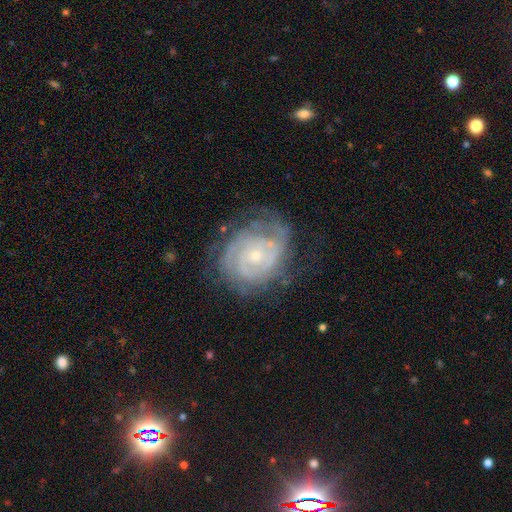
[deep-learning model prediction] A featured or disk galaxy (85%) with no bar (74%), 2 (35%) tight (72%) spiral arms (94%) and a small central bulge (69%).

Vote fractions:
- Smooth or featured? featured or disk: 85% / smooth: 9% / star or artifact: 6%
- Edge-on disk? no: 98% / yes: 2%
- Bar? no: 74% / weak: 22% / strong: 4%
- Spiral arms? yes: 94% / no: 6%
- Spiral winding? tight: 72% / medium: 23% / loose: 5%
- Spiral arm count? 2: 35% / can't tell: 32% / 3: 16% / 4: 7% / 1: 5% / more than 4: 5%
- Bulge size? small: 69% / moderate: 27% / none: 2% / large: 1% / dominant: 1%
- Merging? none: 65% / minor disturbance: 22% / major disturbance: 12% / merger: 2%